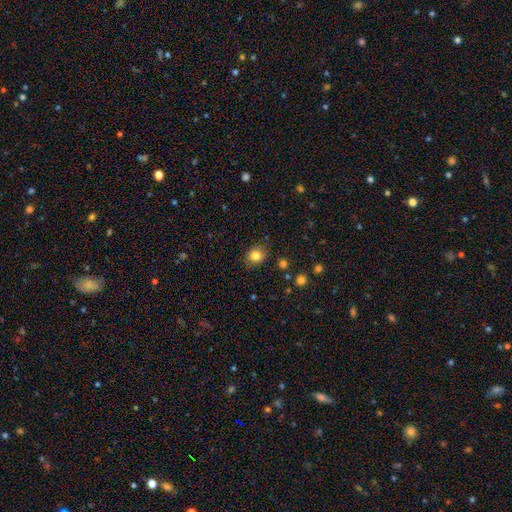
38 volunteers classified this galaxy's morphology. Smooth or featured?
  - smooth: 87% *
  - star or artifact: 11%
  - featured or disk: 3%
How rounded?
  - round: 70% *
  - in between: 30%
  - cigar-shaped: 0%
Merging?
  - none: 85% *
  - minor disturbance: 12%
  - major disturbance: 3%
  - merger: 0%